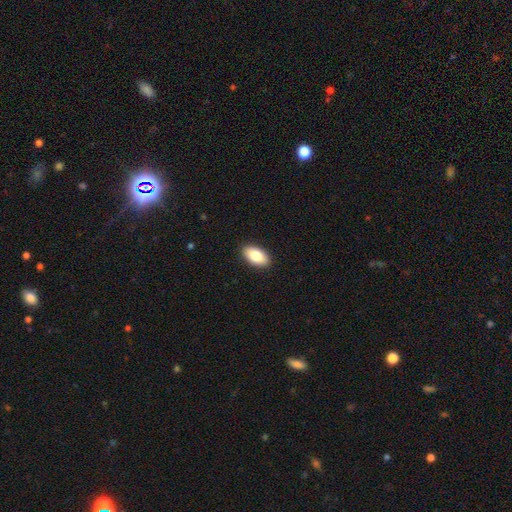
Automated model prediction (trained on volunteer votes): A smooth galaxy with no disk features (84%) that is in between round and cigar-shaped (94%).

Vote fractions:
- Smooth or featured? smooth: 84% / featured or disk: 10% / star or artifact: 6%
- How rounded? in between: 94% / round: 3% / cigar-shaped: 3%
- Merging? none: 90% / minor disturbance: 7% / major disturbance: 2% / merger: 1%